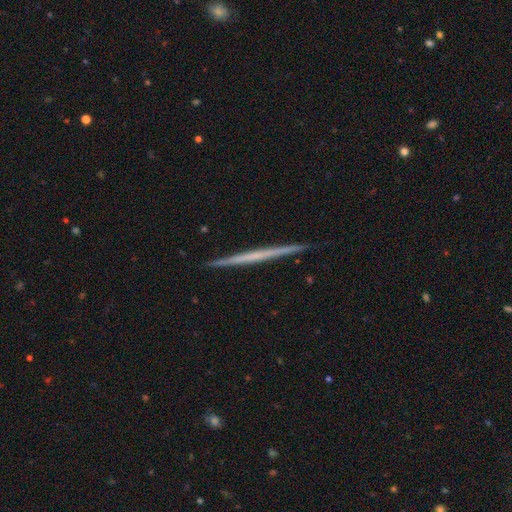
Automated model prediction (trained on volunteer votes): This appears to be a featured or disk galaxy (61%) viewed edge-on (98%) with no central bulge (90%). Merging: none (93%).